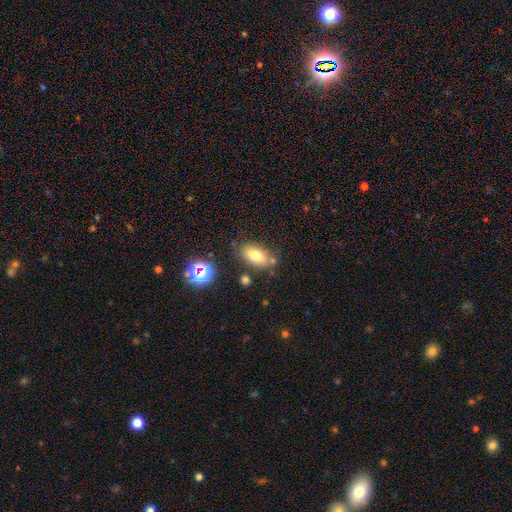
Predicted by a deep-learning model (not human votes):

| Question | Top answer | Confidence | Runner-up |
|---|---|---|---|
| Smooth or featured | smooth | 74% | featured or disk (15%) |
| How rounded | in between | 86% | round (7%) |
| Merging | none | 73% | minor disturbance (15%) |